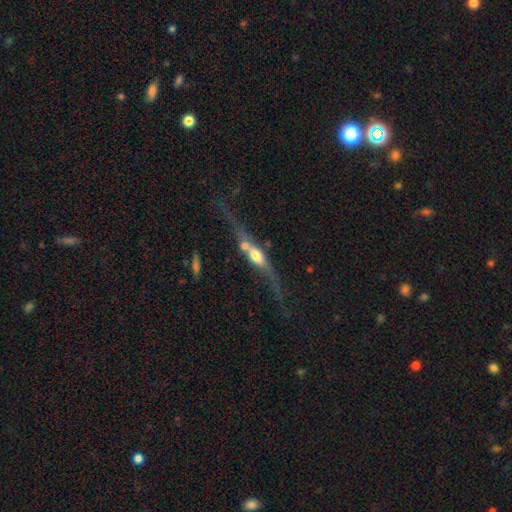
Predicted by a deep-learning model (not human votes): A featured or disk galaxy (72%) viewed edge-on (79%) with a rounded central bulge (84%).

Vote fractions:
- Smooth or featured? featured or disk: 72% / smooth: 21% / star or artifact: 7%
- Edge-on disk? yes: 79% / no: 21%
- Edge-on bulge? rounded: 84% / boxy: 12% / none: 4%
- Merging? none: 40% / merger: 27% / minor disturbance: 17% / major disturbance: 16%